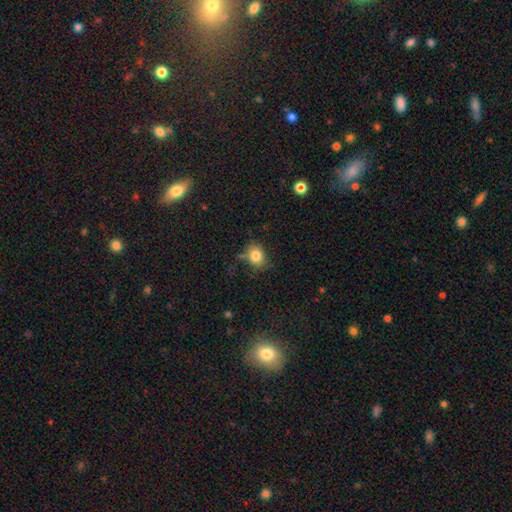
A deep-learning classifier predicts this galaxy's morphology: A smooth galaxy with no disk features (81%) that is round (52%). Merging: none (69%).